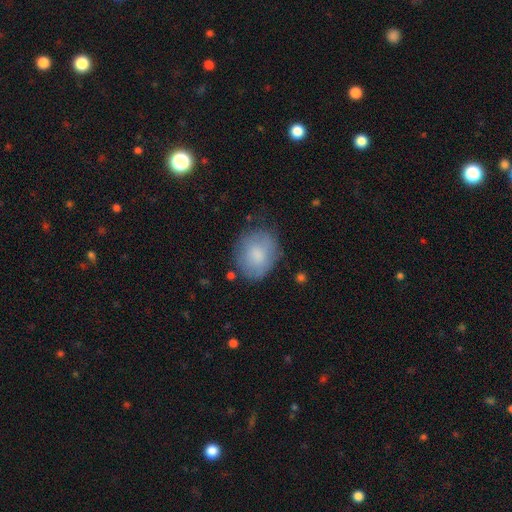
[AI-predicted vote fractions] The model was most divided on "how rounded": round: 59%, in between: 40%, cigar-shaped: 1%. More confident: smooth or featured — smooth (77%); merging — none (69%).